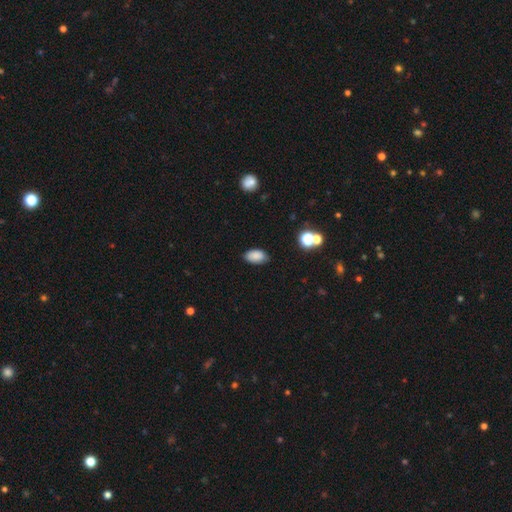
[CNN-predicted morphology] type=smooth (86%); roundness=in between (93%); merging=none (84%).